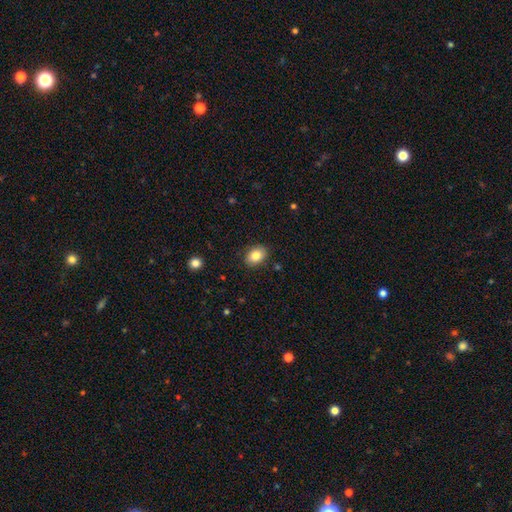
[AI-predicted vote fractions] smooth_or_featured: smooth (p=0.83) [alt: featured or disk p=0.09]
how_rounded: in between (p=0.73) [alt: round p=0.26]
merging: none (p=0.87) [alt: minor disturbance p=0.09]